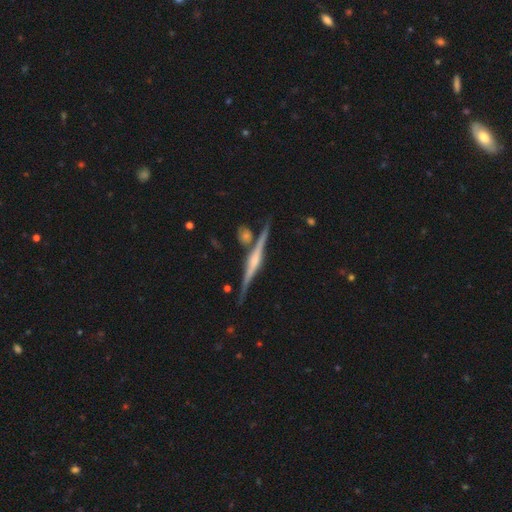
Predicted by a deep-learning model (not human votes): A featured or disk galaxy (85%) viewed edge-on (98%) with a rounded central bulge (67%). Merging: none (84%).